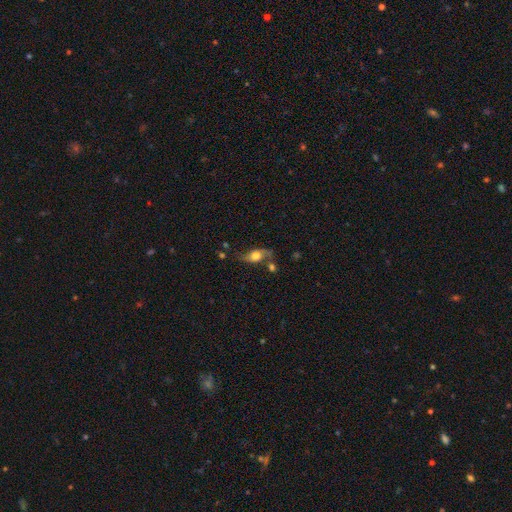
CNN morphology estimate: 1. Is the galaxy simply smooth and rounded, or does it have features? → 46% featured or disk, 45% smooth, 10% star or artifact.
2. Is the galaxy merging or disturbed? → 53% none, 23% minor disturbance, 13% merger, 11% major disturbance.